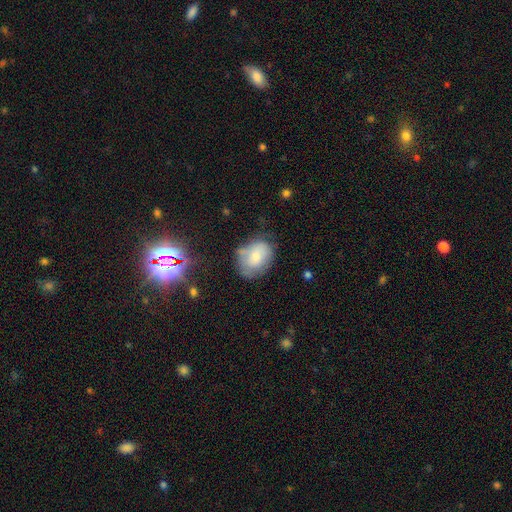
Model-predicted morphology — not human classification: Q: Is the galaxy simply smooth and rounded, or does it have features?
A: smooth — 70%.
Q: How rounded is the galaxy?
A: in between — 64%.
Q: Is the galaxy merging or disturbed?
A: none — 50%.